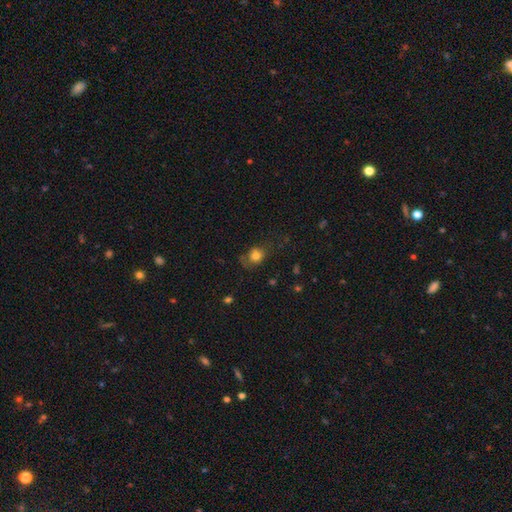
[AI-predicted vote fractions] The model was most divided on "how rounded": round: 66%, in between: 33%, cigar-shaped: 1%. More confident: smooth or featured — smooth (79%); merging — none (59%).